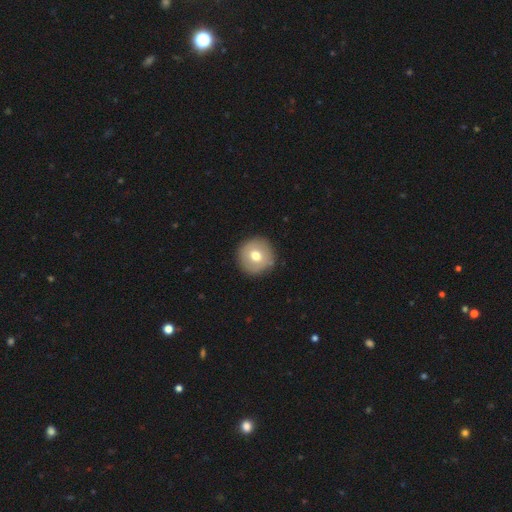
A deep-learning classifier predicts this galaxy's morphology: This is likely a smooth galaxy (69%). How rounded: clearly round (96%). Merging: clearly none (89%).